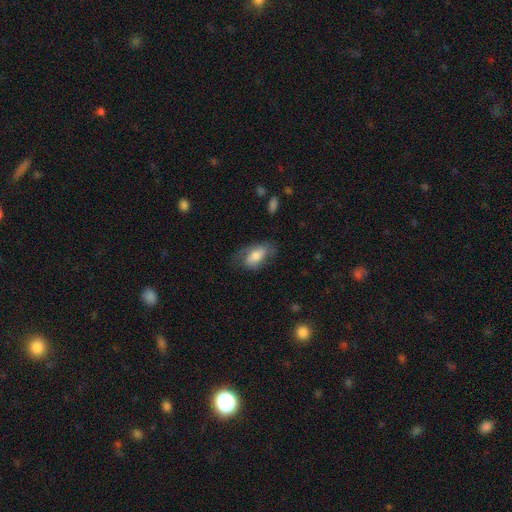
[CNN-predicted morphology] Q: Smooth or featured?
A: smooth (64%); runner-up: featured or disk (30%)
Q: How rounded?
A: in between (90%); runner-up: cigar-shaped (5%)
Q: Merging?
A: none (56%); runner-up: minor disturbance (26%)